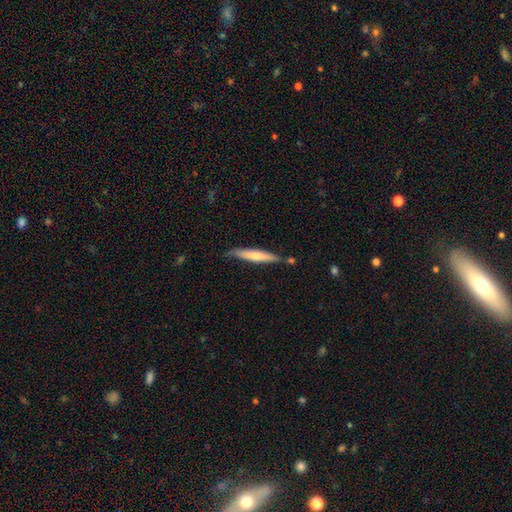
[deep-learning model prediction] Q: Smooth or featured?
A: smooth (58%); runner-up: featured or disk (37%)
Q: How rounded?
A: cigar-shaped (92%); runner-up: in between (7%)
Q: Merging?
A: none (73%); runner-up: minor disturbance (19%)